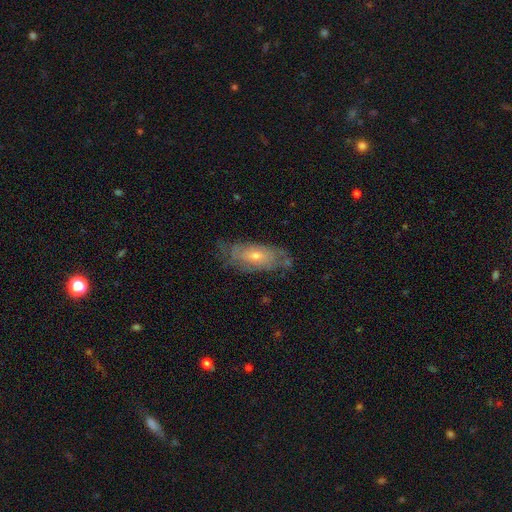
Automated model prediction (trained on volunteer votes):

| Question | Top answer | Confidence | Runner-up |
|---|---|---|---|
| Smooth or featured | featured or disk | 58% | smooth (35%) |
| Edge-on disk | no | 85% | yes (15%) |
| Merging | none | 65% | minor disturbance (24%) |